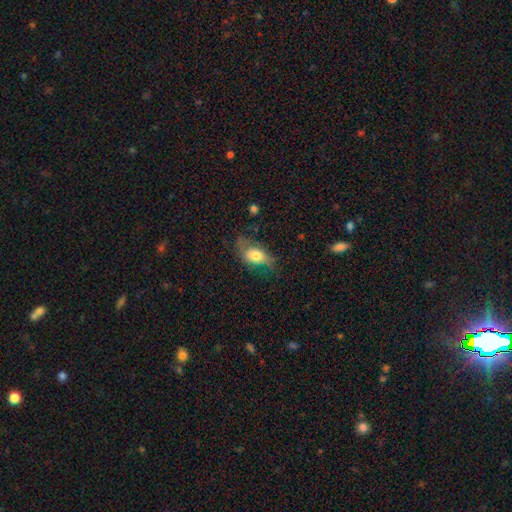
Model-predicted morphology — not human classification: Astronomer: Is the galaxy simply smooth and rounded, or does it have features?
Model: smooth — 65%.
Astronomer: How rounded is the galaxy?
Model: in between — 86%.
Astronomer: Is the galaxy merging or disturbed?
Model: none — 49% (runner-up: minor disturbance, 29%).